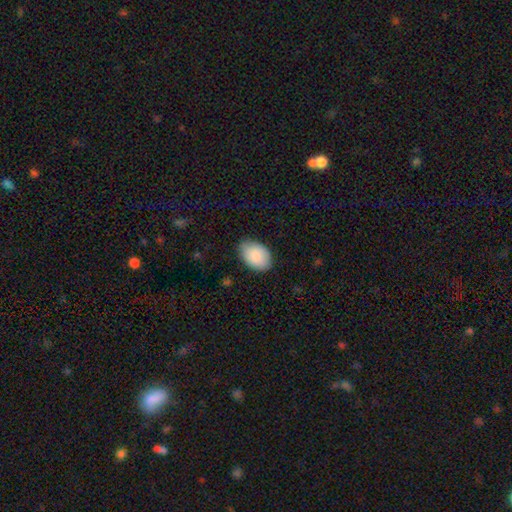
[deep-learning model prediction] A smooth galaxy with no disk features (88%) that is in between round and cigar-shaped (87%). Merging: none (77%).